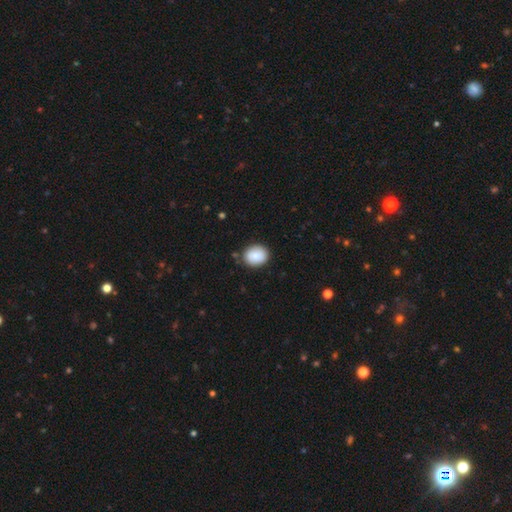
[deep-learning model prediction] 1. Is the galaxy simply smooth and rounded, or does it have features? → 88% smooth, 7% star or artifact, 5% featured or disk.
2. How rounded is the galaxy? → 58% round, 41% in between, 1% cigar-shaped.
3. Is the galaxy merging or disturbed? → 83% none, 12% minor disturbance, 3% major disturbance, 2% merger.